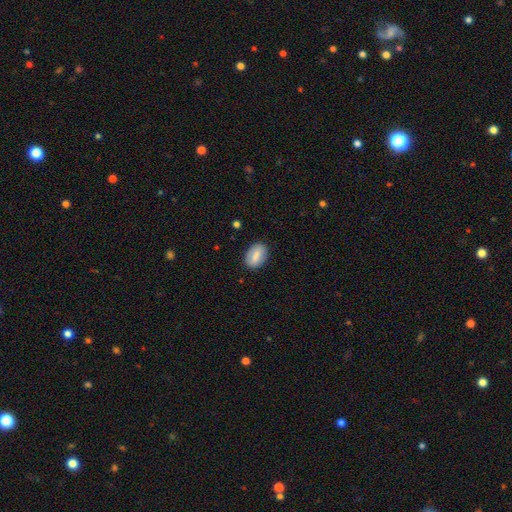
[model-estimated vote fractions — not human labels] A smooth galaxy with no disk features (77%) that is in between round and cigar-shaped (86%). Merging: none (85%).